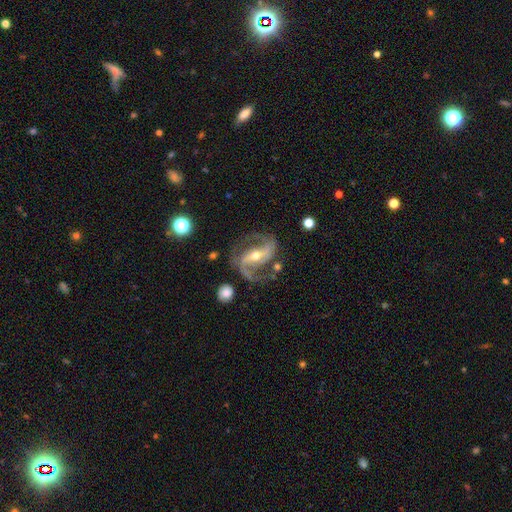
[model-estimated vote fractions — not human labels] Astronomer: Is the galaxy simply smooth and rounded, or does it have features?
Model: featured or disk — 91%.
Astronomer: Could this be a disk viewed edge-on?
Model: no — 97%.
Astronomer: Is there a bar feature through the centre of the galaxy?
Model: strong — 57%.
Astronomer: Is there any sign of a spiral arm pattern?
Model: yes — 97%.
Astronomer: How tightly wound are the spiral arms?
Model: medium — 51% (runner-up: loose, 38%).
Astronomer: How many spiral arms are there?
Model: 2 — 92%.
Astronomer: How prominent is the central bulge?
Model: moderate — 55% (runner-up: small, 40%).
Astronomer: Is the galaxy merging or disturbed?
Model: none — 71%.